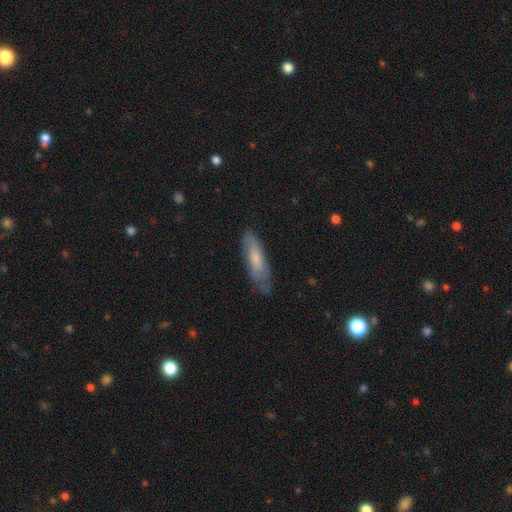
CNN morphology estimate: smooth 52%, featured or disk 41%, star or artifact 7%. Down the decision tree: how rounded — cigar-shaped (60%); merging — none (73%).